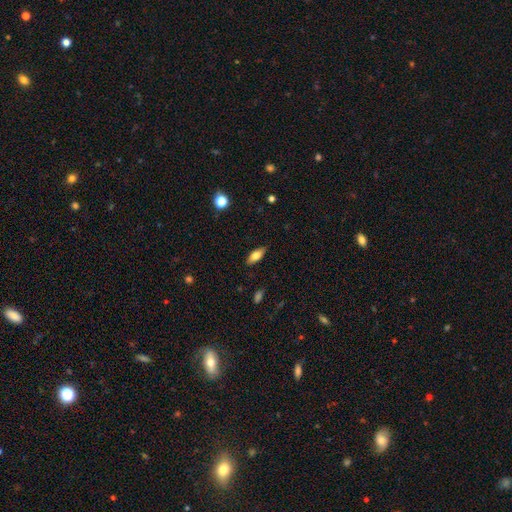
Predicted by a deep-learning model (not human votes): A smooth galaxy with no disk features (74%) that is in between round and cigar-shaped (80%). Merging: none (86%).